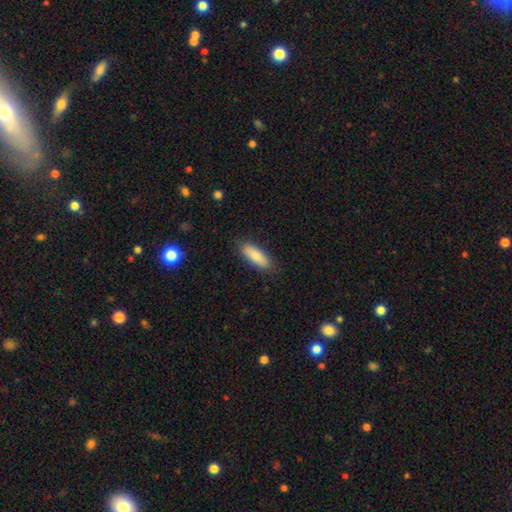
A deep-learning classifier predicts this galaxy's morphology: A smooth galaxy with no disk features (87%) that is in between round and cigar-shaped (62%). Merging: none (86%).